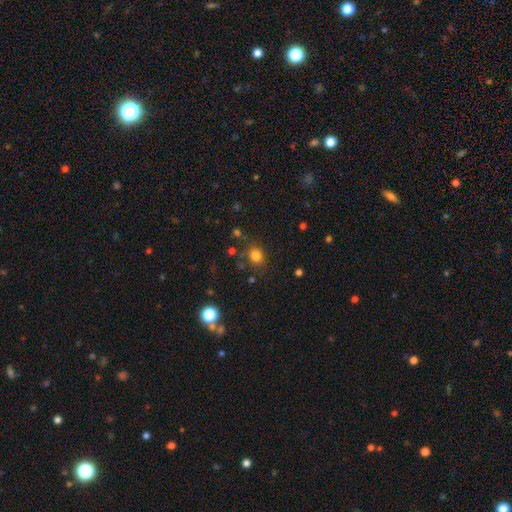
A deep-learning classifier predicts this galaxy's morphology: Q: Smooth or featured?
A: smooth (79%); runner-up: star or artifact (15%)
Q: How rounded?
A: round (68%); runner-up: in between (31%)
Q: Merging?
A: none (79%); runner-up: minor disturbance (12%)